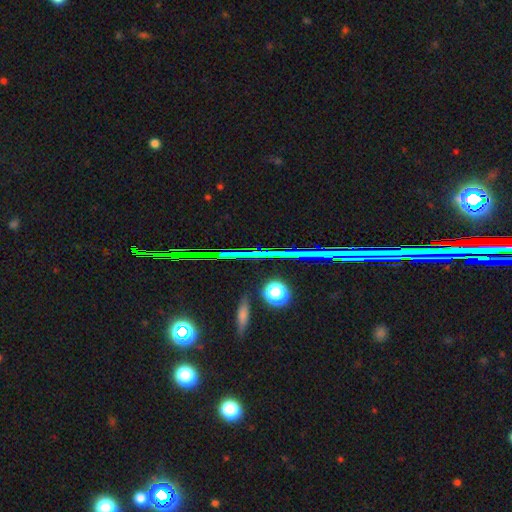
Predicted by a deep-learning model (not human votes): The model was most divided on "smooth or featured": star or artifact: 80%, smooth: 10%, featured or disk: 10%.